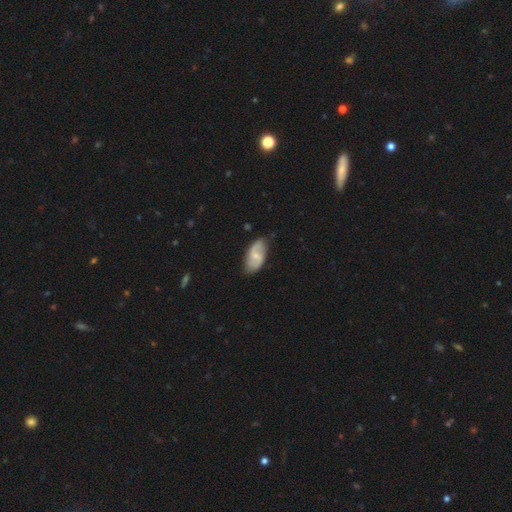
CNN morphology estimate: The model was most divided on "spiral winding": loose: 47%, medium: 38%, tight: 15%. More confident: edge-on disk — no (96%); spiral arms — yes (89%); spiral arm count — 2 (88%); merging — none (77%); smooth or featured — featured or disk (67%); bulge size — small (61%); bar — weak (55%).